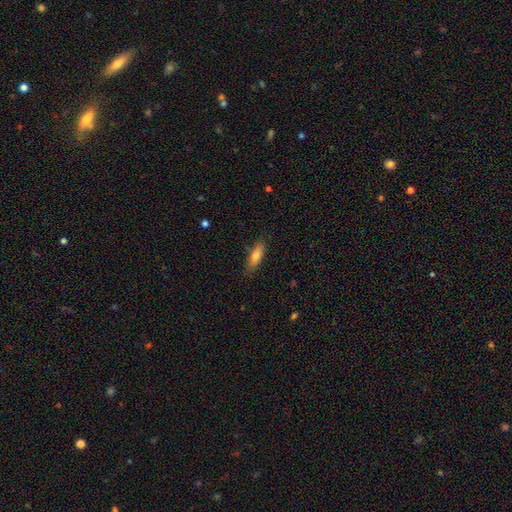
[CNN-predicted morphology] Smooth or featured: smooth — 75% (featured or disk — 18%)
How rounded: in between — 57% (cigar-shaped — 41%)
Merging: none — 80% (minor disturbance — 16%)